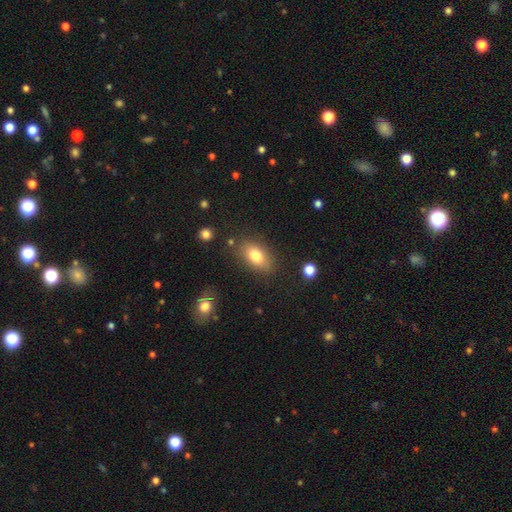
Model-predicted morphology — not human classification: Q: Smooth or featured?
A: smooth (79%); runner-up: featured or disk (12%)
Q: How rounded?
A: in between (87%); runner-up: round (10%)
Q: Merging?
A: none (81%); runner-up: minor disturbance (12%)